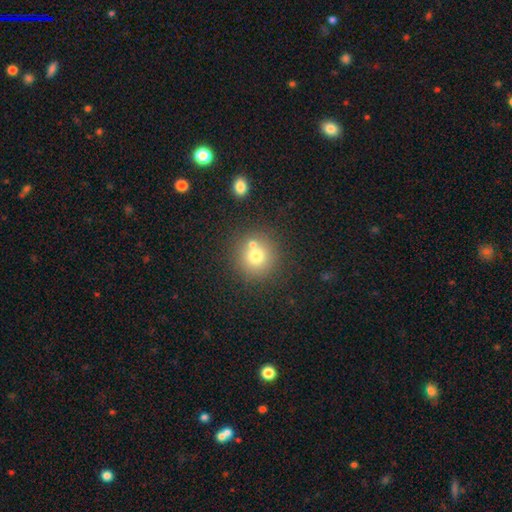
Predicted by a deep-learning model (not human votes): A smooth galaxy with no disk features (72%) that is round (92%).

Vote fractions:
- Smooth or featured? smooth: 72% / featured or disk: 14% / star or artifact: 14%
- How rounded? round: 92% / in between: 7% / cigar-shaped: 1%
- Merging? none: 66% / merger: 23% / minor disturbance: 8% / major disturbance: 3%